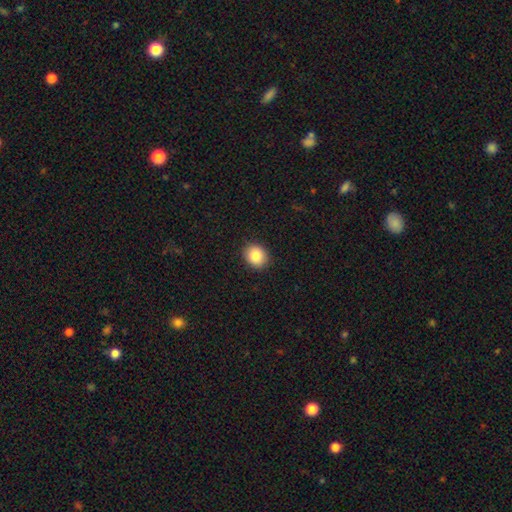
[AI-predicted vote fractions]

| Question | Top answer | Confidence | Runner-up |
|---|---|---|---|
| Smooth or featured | smooth | 86% | star or artifact (9%) |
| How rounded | round | 65% | in between (34%) |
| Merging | none | 90% | minor disturbance (7%) |